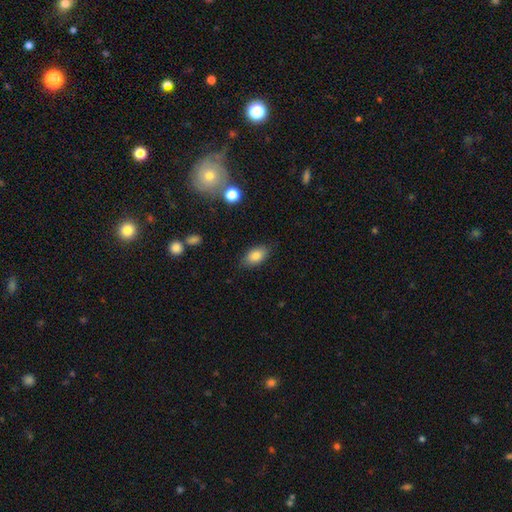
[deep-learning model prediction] A smooth galaxy with no disk features (83%) that is in between round and cigar-shaped (90%).

Vote fractions:
- Smooth or featured? smooth: 83% / featured or disk: 9% / star or artifact: 8%
- How rounded? in between: 90% / round: 7% / cigar-shaped: 3%
- Merging? none: 83% / minor disturbance: 13% / major disturbance: 3% / merger: 1%